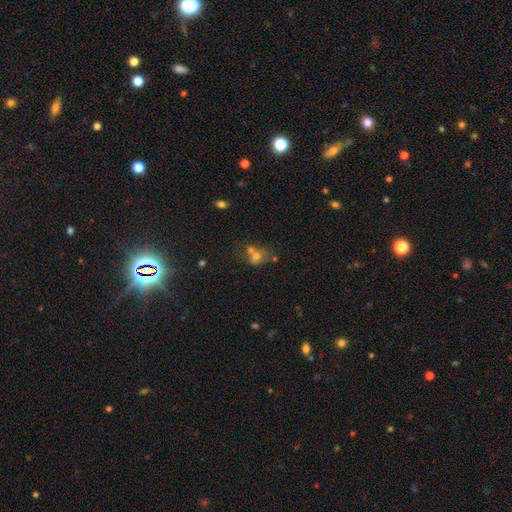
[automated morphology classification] smooth-or-featured: smooth: 57% | featured or disk: 22% | star or artifact: 22%
  how-rounded: round: 61% | in between: 37% | cigar-shaped: 2%
  merging: merger: 51% | none: 32% | minor disturbance: 10% | major disturbance: 7%